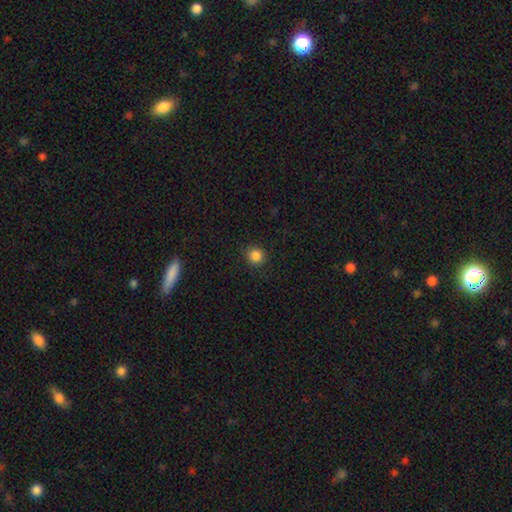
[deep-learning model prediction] This appears to be a smooth galaxy with no disk features (85%) that is round (92%). Merging: none (88%).